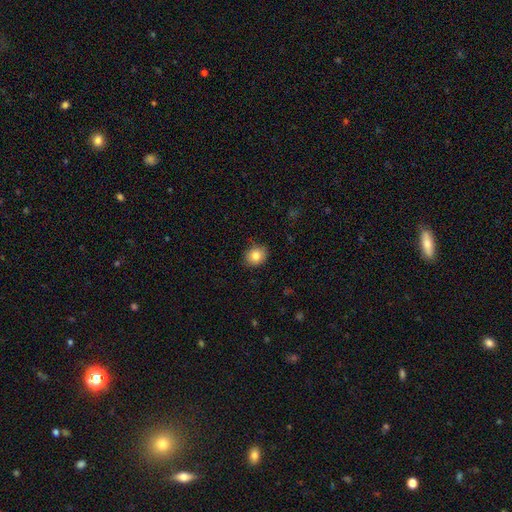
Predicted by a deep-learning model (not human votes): smooth 83%, star or artifact 9%, featured or disk 8%. Down the decision tree: how rounded — round (65%); merging — none (86%).